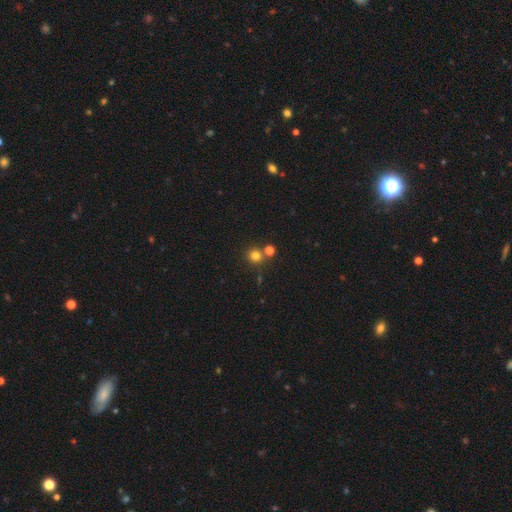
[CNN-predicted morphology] Overall: smooth (77%). How rounded: round (90%). Merging: none (70%).